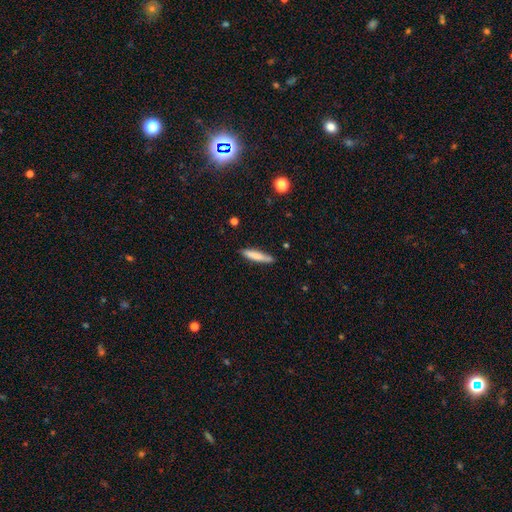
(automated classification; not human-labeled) Q: Smooth or featured?
A: smooth (78%); runner-up: featured or disk (16%)
Q: How rounded?
A: cigar-shaped (89%); runner-up: in between (10%)
Q: Merging?
A: none (82%); runner-up: minor disturbance (14%)